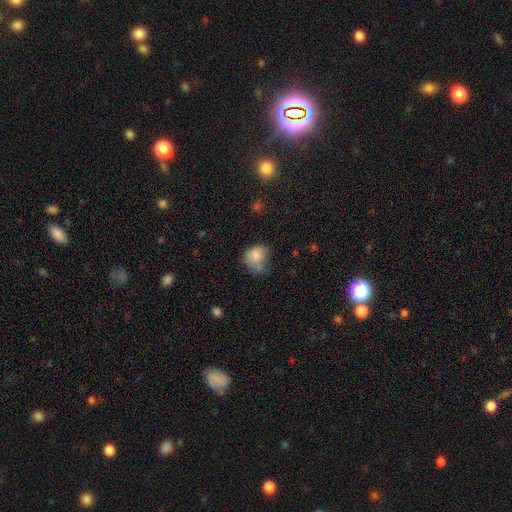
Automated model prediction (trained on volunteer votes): Smooth or featured? Predicted: smooth (p=0.80). How rounded? Predicted: round (p=0.59). Merging? Predicted: none (p=0.42).